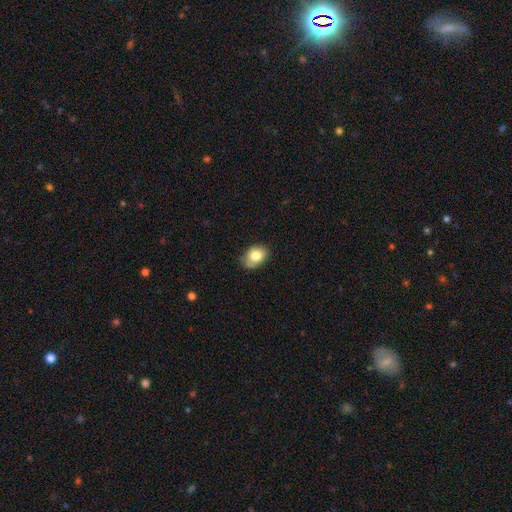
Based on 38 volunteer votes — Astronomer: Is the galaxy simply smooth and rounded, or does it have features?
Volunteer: smooth — 79%.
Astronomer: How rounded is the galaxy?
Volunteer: in between — 63%.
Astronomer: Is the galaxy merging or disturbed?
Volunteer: none — 66%.